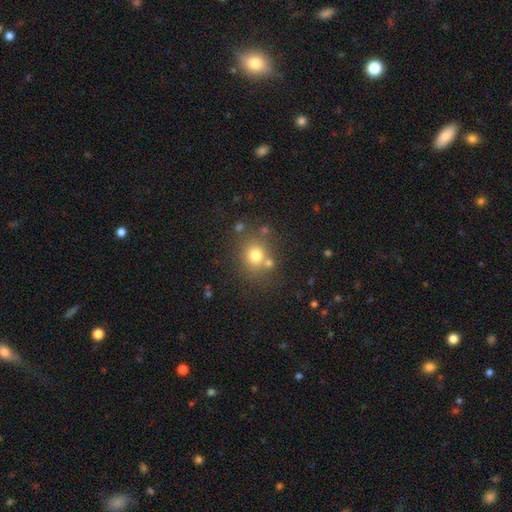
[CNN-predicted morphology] type=smooth (73%); roundness=round (79%); merging=none (71%).